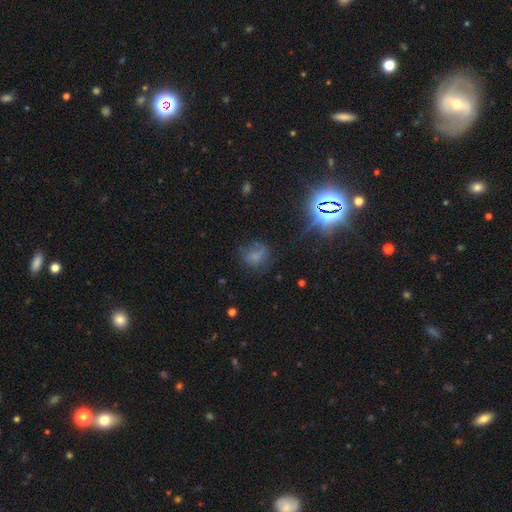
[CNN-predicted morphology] smooth_or_featured: smooth (p=0.50) [alt: star or artifact p=0.28]
merging: none (p=0.51) [alt: minor disturbance p=0.24]